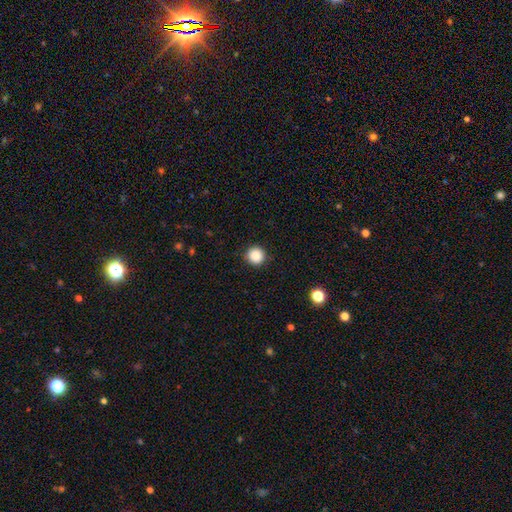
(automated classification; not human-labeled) Smooth or featured?
  - smooth: 87% *
  - star or artifact: 10%
  - featured or disk: 3%
How rounded?
  - round: 95% *
  - in between: 4%
  - cigar-shaped: 1%
Merging?
  - none: 91% *
  - minor disturbance: 6%
  - major disturbance: 2%
  - merger: 1%